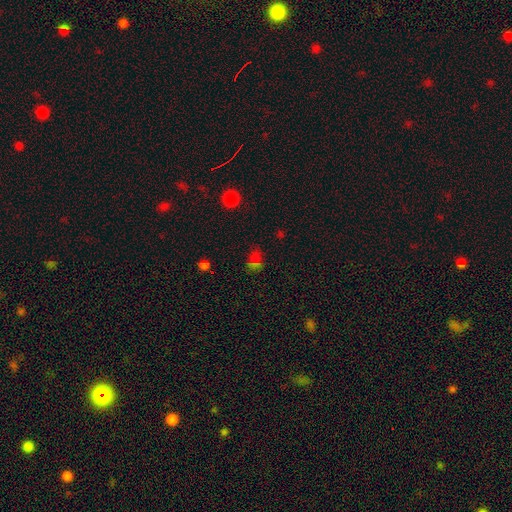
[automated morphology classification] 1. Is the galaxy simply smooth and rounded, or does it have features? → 52% smooth, 39% star or artifact, 9% featured or disk.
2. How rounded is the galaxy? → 61% in between, 36% round, 4% cigar-shaped.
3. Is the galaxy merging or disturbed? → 62% none, 17% minor disturbance, 11% major disturbance, 10% merger.